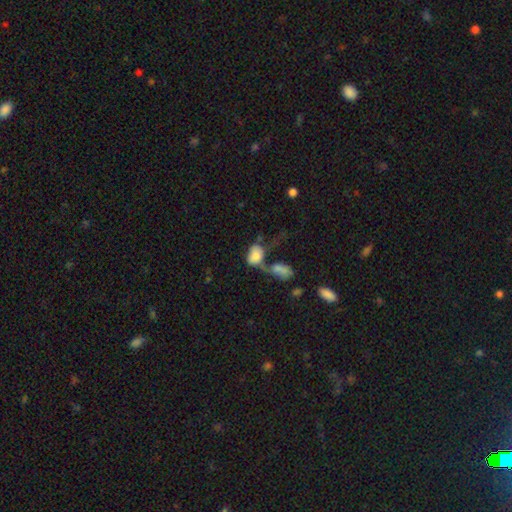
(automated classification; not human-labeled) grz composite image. It shows a smooth galaxy with no disk features (74%) that is in between round and cigar-shaped (78%). Merging: merger (61%).